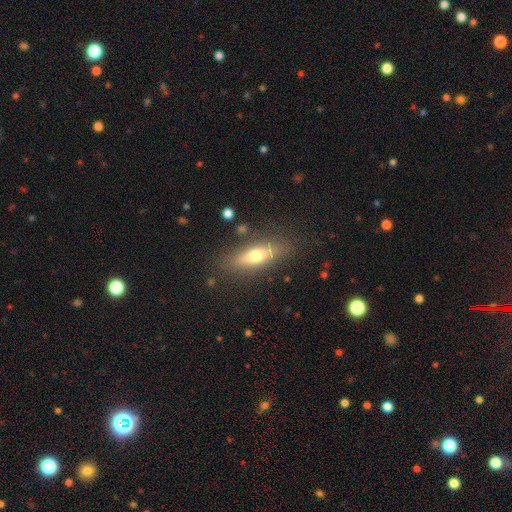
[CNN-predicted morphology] Smooth or featured?
  - smooth: 61% *
  - featured or disk: 31%
  - star or artifact: 8%
How rounded?
  - in between: 52% *
  - cigar-shaped: 44%
  - round: 4%
Merging?
  - none: 80% *
  - minor disturbance: 13%
  - major disturbance: 4%
  - merger: 2%